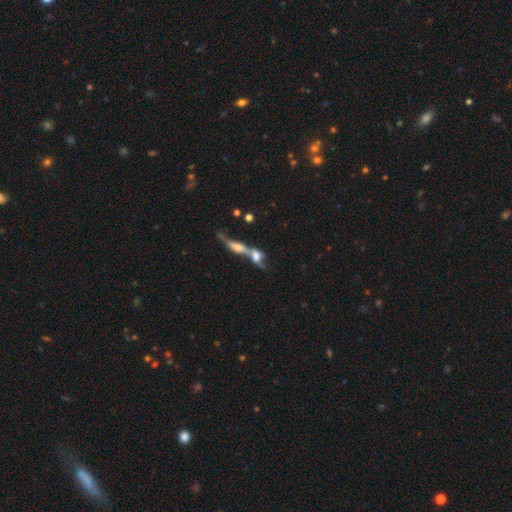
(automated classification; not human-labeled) Q: Smooth or featured?
A: featured or disk (49%); runner-up: smooth (40%)
Q: Merging?
A: merger (79%); runner-up: none (10%)